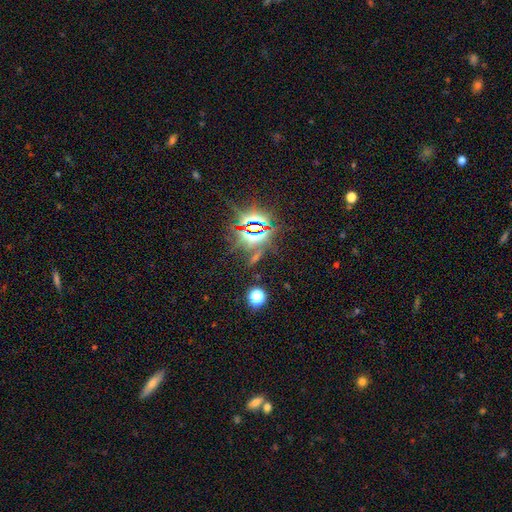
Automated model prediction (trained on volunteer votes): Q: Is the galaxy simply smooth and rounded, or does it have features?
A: star or artifact — 83%.